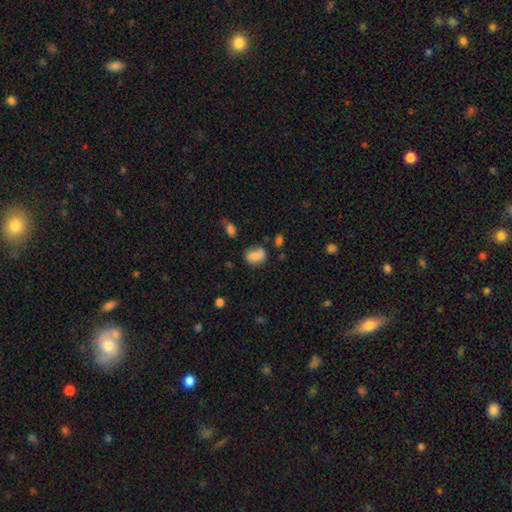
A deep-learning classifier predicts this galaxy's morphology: type=smooth (77%); roundness=in between (70%); merging=none (56%).